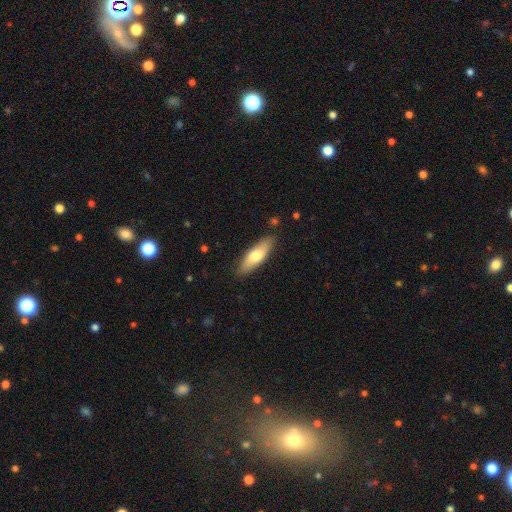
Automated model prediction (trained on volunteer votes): smooth-or-featured: smooth: 69% | featured or disk: 26% | star or artifact: 6%
  how-rounded: in between: 52% | cigar-shaped: 46% | round: 2%
  merging: none: 85% | minor disturbance: 11% | major disturbance: 2% | merger: 2%